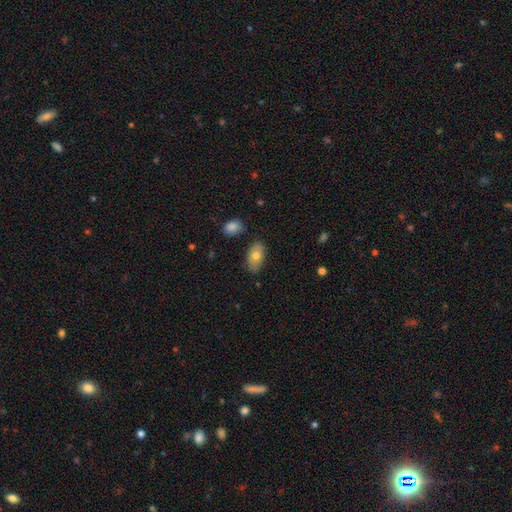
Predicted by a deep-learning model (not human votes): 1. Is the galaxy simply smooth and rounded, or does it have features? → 72% smooth, 21% featured or disk, 7% star or artifact.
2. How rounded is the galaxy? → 93% in between, 5% round, 2% cigar-shaped.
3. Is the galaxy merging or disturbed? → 78% none, 16% minor disturbance, 3% major disturbance, 2% merger.